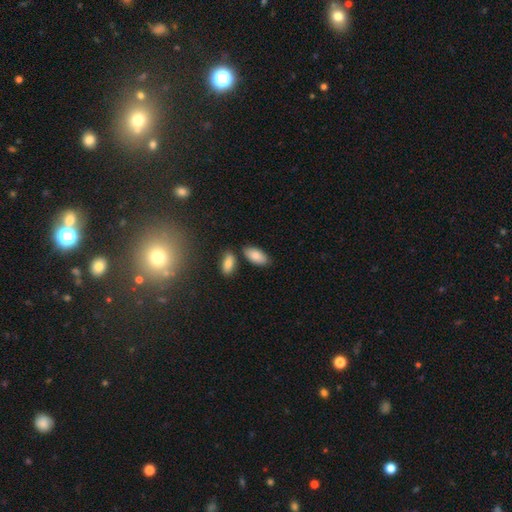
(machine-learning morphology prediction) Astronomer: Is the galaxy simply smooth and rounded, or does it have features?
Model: smooth — 84%.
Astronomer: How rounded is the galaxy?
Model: in between — 92%.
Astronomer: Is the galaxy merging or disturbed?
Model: none — 75%.